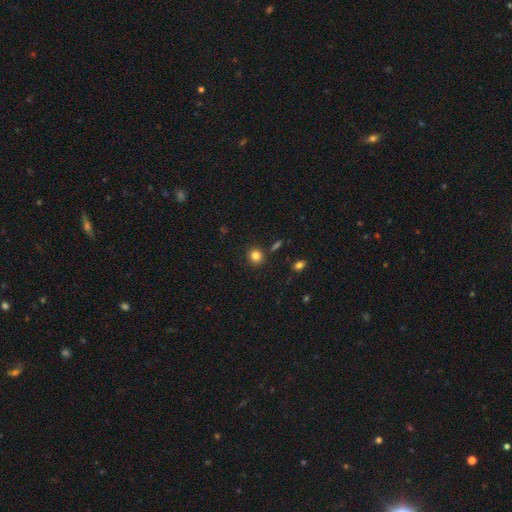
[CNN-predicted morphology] Q: Smooth or featured?
A: smooth (82%); runner-up: star or artifact (12%)
Q: How rounded?
A: round (87%); runner-up: in between (12%)
Q: Merging?
A: none (86%); runner-up: minor disturbance (8%)